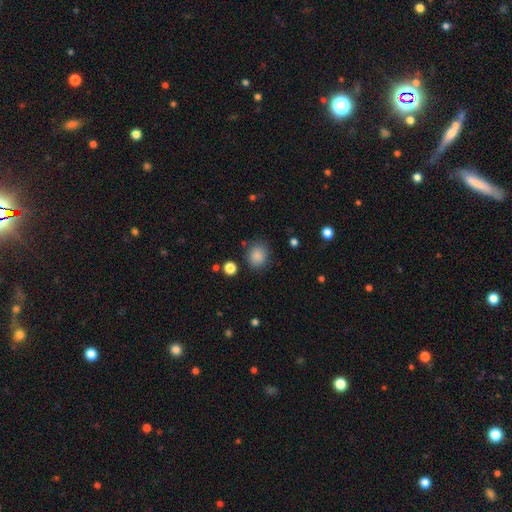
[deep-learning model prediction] Smooth or featured: smooth — 86% (star or artifact — 10%)
How rounded: round — 74% (in between — 25%)
Merging: none — 81% (minor disturbance — 12%)